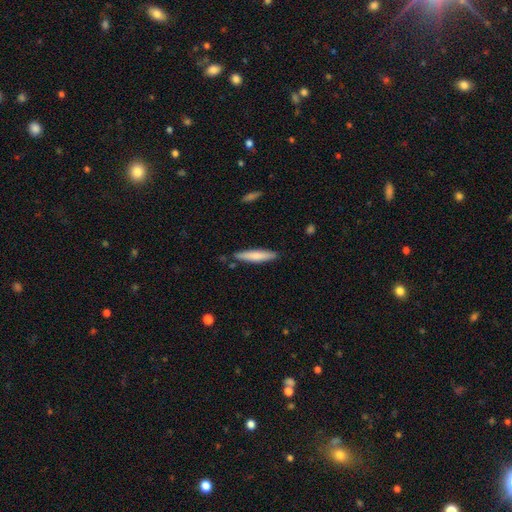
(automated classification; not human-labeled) This appears to be a smooth galaxy with no disk features (75%) that is cigar-shaped (88%). Merging: none (85%).